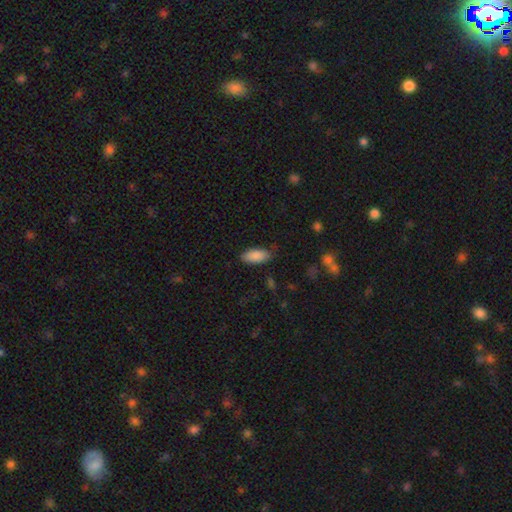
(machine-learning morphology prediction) Smooth or featured?
  - smooth: 89% *
  - star or artifact: 7%
  - featured or disk: 5%
How rounded?
  - in between: 89% *
  - cigar-shaped: 9%
  - round: 2%
Merging?
  - none: 82% *
  - minor disturbance: 13%
  - major disturbance: 3%
  - merger: 1%